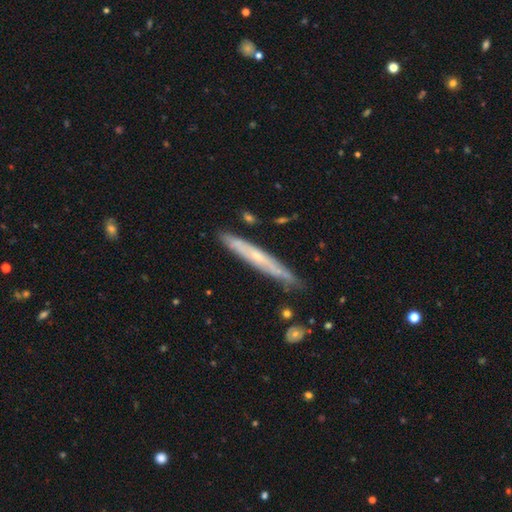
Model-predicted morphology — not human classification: The model was most divided on "smooth or featured": featured or disk: 60%, smooth: 34%, star or artifact: 6%. More confident: edge-on disk — yes (83%); merging — none (79%).